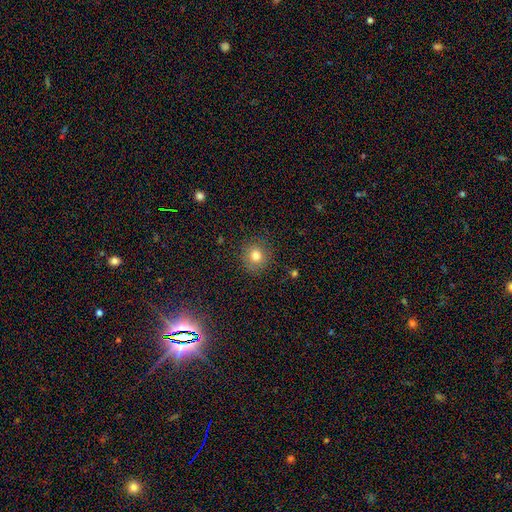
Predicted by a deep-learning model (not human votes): Smooth or featured?
  - smooth: 80% *
  - star or artifact: 12%
  - featured or disk: 8%
How rounded?
  - round: 88% *
  - in between: 11%
  - cigar-shaped: 1%
Merging?
  - none: 87% *
  - minor disturbance: 9%
  - major disturbance: 3%
  - merger: 1%